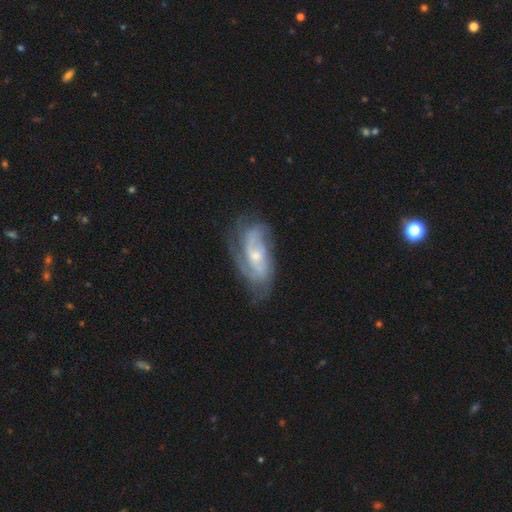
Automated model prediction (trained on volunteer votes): Smooth or featured?
  - featured or disk: 80% *
  - smooth: 14%
  - star or artifact: 6%
Edge-on disk?
  - no: 94% *
  - yes: 6%
Bar?
  - no: 57% *
  - weak: 34%
  - strong: 9%
Spiral arms?
  - yes: 91% *
  - no: 9%
Spiral winding?
  - medium: 42% *
  - tight: 41%
  - loose: 17%
Spiral arm count?
  - 2: 37% *
  - can't tell: 31%
  - 3: 18%
  - 4: 6%
  - 1: 5%
  - more than 4: 4%
Bulge size?
  - small: 59% *
  - moderate: 34%
  - none: 3%
  - large: 2%
  - dominant: 1%
Merging?
  - none: 60% *
  - minor disturbance: 23%
  - major disturbance: 15%
  - merger: 2%